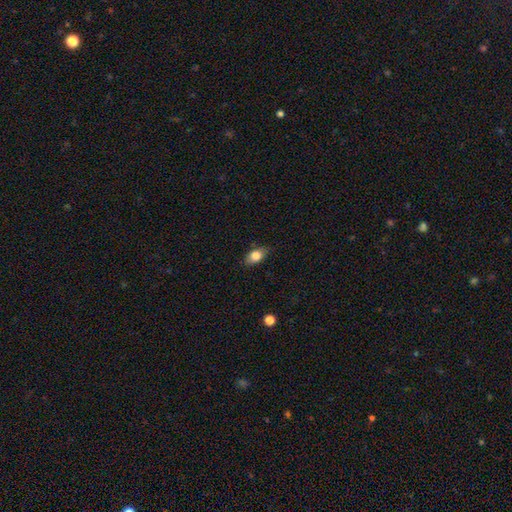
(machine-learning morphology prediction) Smooth or featured?
  - smooth: 79% *
  - featured or disk: 12%
  - star or artifact: 8%
How rounded?
  - in between: 83% *
  - round: 12%
  - cigar-shaped: 5%
Merging?
  - none: 81% *
  - minor disturbance: 15%
  - major disturbance: 3%
  - merger: 1%